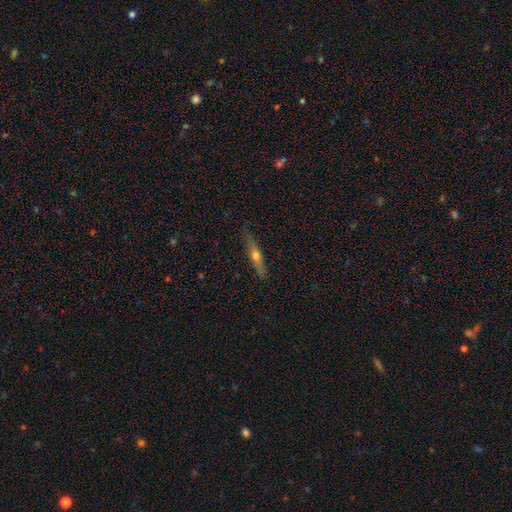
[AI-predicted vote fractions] This is likely a featured or disk galaxy (61%). It is clearly viewed edge-on (95%). Edge-on bulge: clearly rounded (89%). Merging: clearly none (87%).